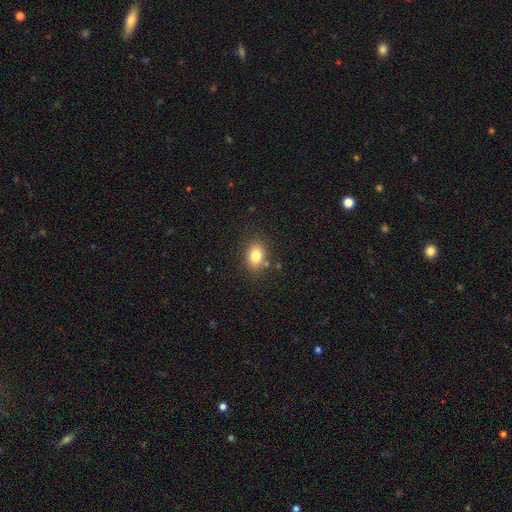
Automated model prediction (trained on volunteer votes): Smooth or featured? smooth (81%)
How rounded? in between (73%)
Merging? none (83%)